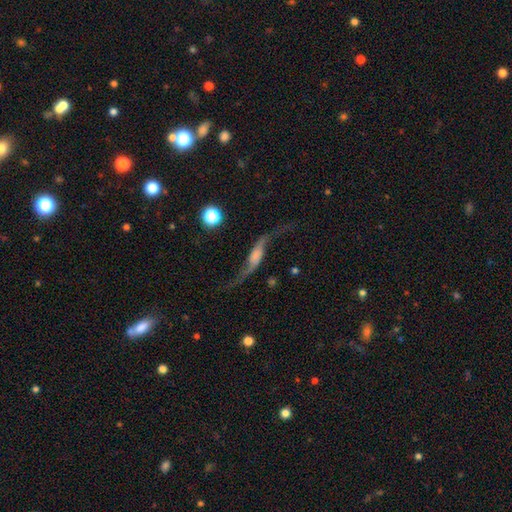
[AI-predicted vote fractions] Smooth or featured?
  - featured or disk: 78% *
  - smooth: 14%
  - star or artifact: 8%
Edge-on disk?
  - no: 79% *
  - yes: 21%
Bar?
  - no: 53% *
  - weak: 29%
  - strong: 18%
Spiral arms?
  - yes: 93% *
  - no: 7%
Spiral winding?
  - loose: 94% *
  - medium: 4%
  - tight: 2%
Spiral arm count?
  - 2: 93% *
  - 1: 2%
  - can't tell: 1%
  - 3: 1%
  - 4: 1%
  - more than 4: 1%
Bulge size?
  - none: 45% *
  - small: 17%
  - large: 15%
  - moderate: 15%
  - dominant: 9%
Merging?
  - none: 61% *
  - major disturbance: 18%
  - minor disturbance: 17%
  - merger: 5%